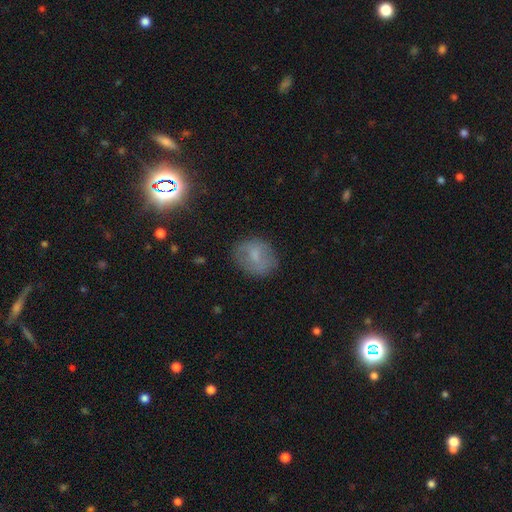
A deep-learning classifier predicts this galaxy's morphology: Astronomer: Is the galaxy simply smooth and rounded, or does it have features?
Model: smooth — 58%.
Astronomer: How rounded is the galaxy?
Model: round — 52% (runner-up: in between, 46%).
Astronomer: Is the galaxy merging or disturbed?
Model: none — 73%.